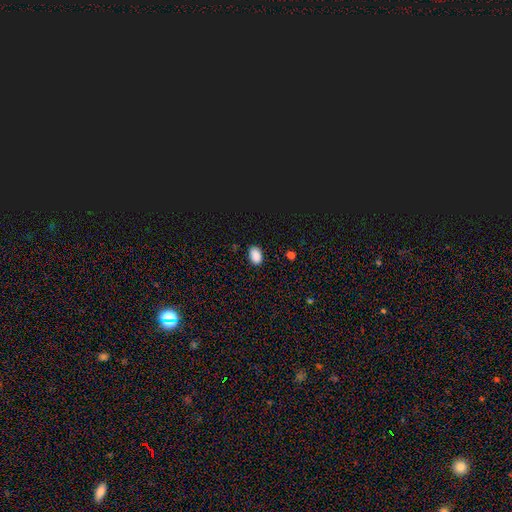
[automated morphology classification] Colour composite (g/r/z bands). It shows a smooth galaxy with no disk features (86%) that is in between round and cigar-shaped (87%). Merging: none (86%).